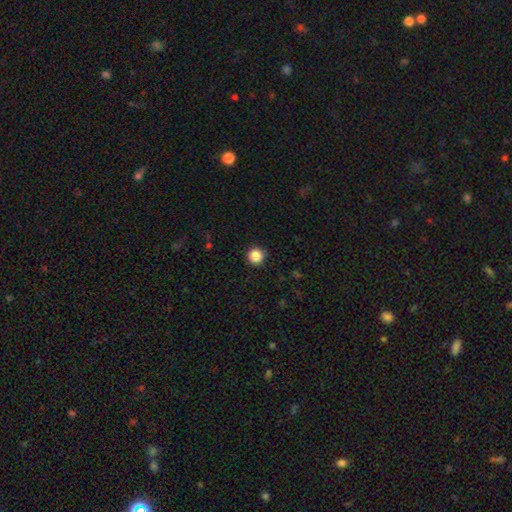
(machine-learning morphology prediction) Q: Smooth or featured?
A: smooth (86%); runner-up: star or artifact (10%)
Q: How rounded?
A: round (96%); runner-up: in between (3%)
Q: Merging?
A: none (91%); runner-up: minor disturbance (6%)